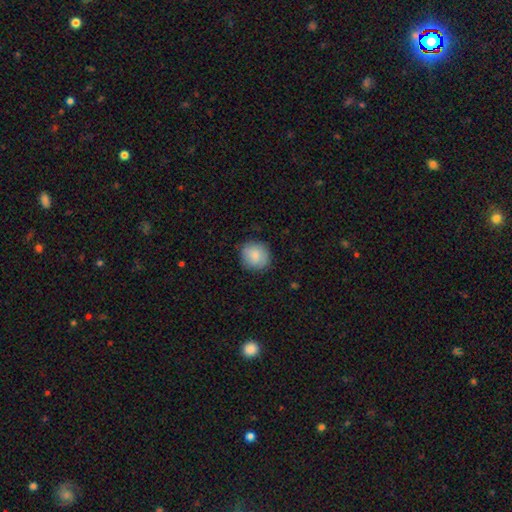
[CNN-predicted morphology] smooth_or_featured: smooth (p=0.85) [alt: featured or disk p=0.09]
how_rounded: round (p=0.89) [alt: in between p=0.10]
merging: none (p=0.85) [alt: minor disturbance p=0.11]